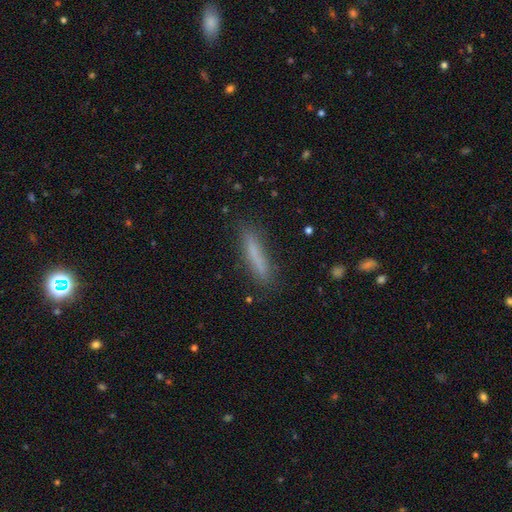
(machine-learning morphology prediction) A smooth galaxy with no disk features (73%) that is cigar-shaped (91%). Merging: none (85%).